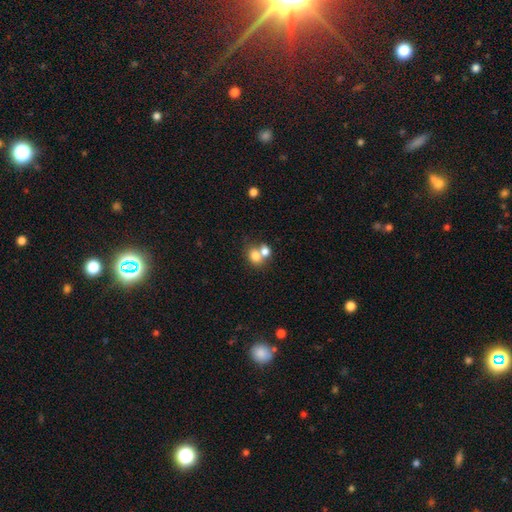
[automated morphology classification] smooth-or-featured: smooth: 75% | featured or disk: 15% | star or artifact: 11%
  how-rounded: round: 54% | in between: 45% | cigar-shaped: 1%
  merging: merger: 57% | none: 32% | minor disturbance: 7% | major disturbance: 4%